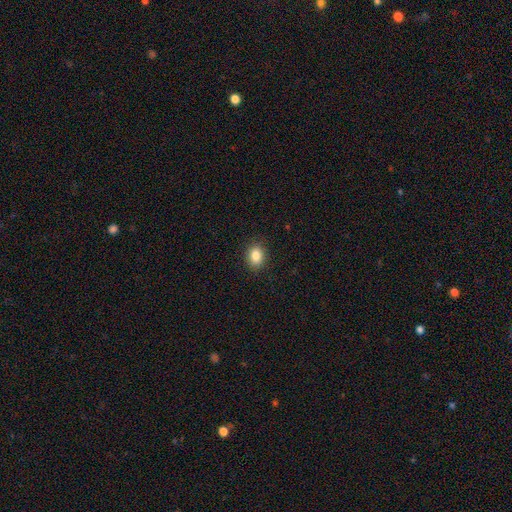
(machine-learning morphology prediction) smooth_or_featured: smooth (p=0.85) [alt: star or artifact p=0.09]
how_rounded: in between (p=0.59) [alt: round p=0.40]
merging: none (p=0.89) [alt: minor disturbance p=0.08]